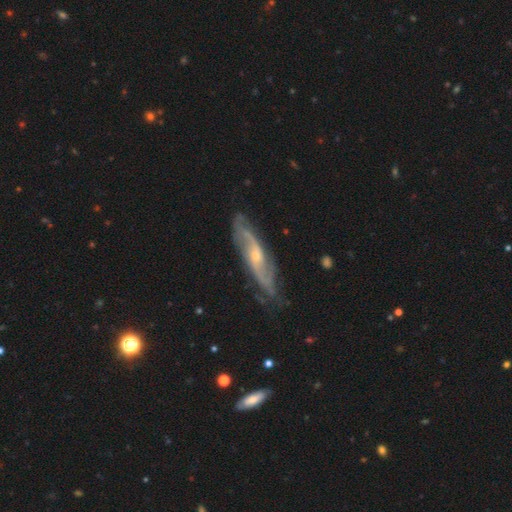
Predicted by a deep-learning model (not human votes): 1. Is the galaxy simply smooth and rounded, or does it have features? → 82% featured or disk, 11% smooth, 7% star or artifact.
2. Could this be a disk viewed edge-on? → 70% no, 30% yes.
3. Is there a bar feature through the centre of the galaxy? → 52% no, 36% weak, 12% strong.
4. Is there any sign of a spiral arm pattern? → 92% yes, 8% no.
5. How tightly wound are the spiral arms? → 41% medium, 30% loose, 29% tight.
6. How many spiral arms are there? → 71% 2, 18% can't tell, 4% 3, 2% 1, 2% 4, 2% more than 4.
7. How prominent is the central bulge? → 57% small, 39% moderate, 2% none, 2% large, 1% dominant.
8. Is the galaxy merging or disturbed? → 81% none, 15% minor disturbance, 3% major disturbance, 1% merger.